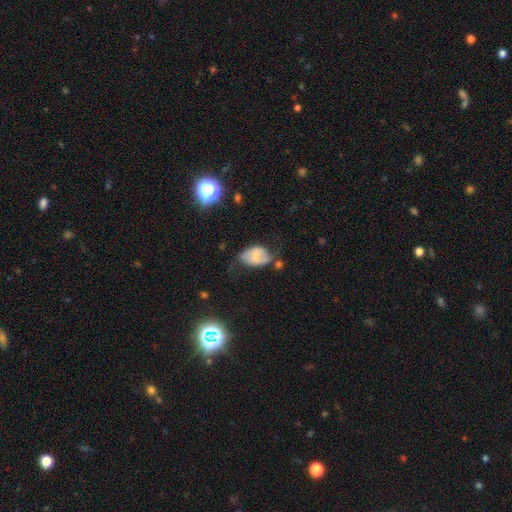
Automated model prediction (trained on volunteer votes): smooth_or_featured: smooth (p=0.59) [alt: featured or disk p=0.32]
how_rounded: in between (p=0.80) [alt: round p=0.18]
merging: minor disturbance (p=0.37) [alt: none p=0.36]